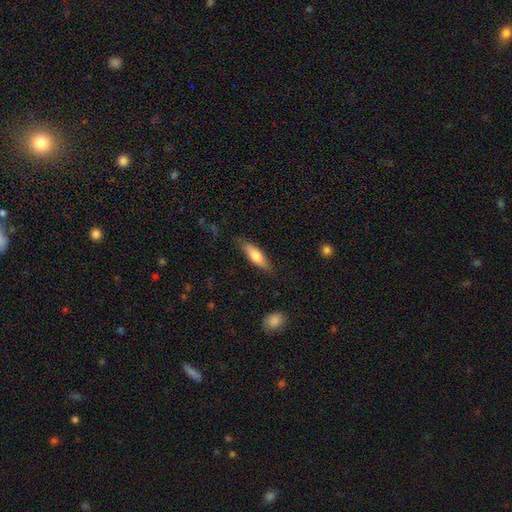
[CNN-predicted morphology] smooth 64%, featured or disk 31%, star or artifact 6%. Down the decision tree: how rounded — cigar-shaped (53%); merging — none (81%).